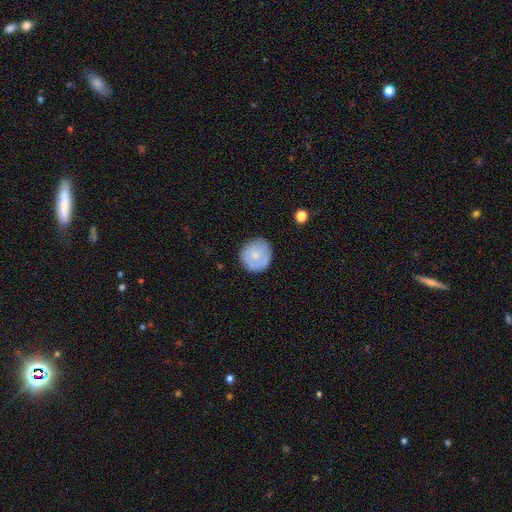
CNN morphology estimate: type=smooth (69%); roundness=round (92%); merging=none (82%).